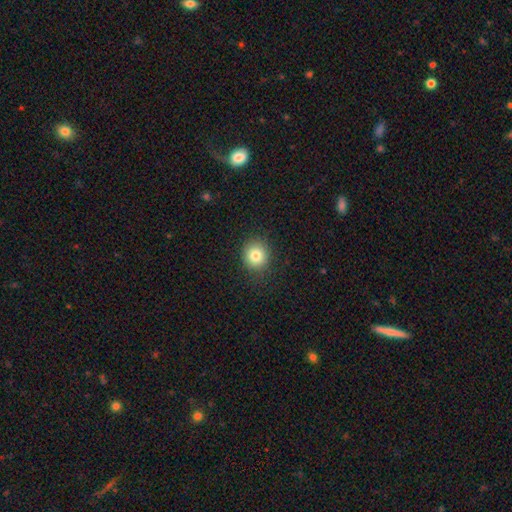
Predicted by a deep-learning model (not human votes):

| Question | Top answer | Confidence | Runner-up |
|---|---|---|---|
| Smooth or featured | smooth | 81% | star or artifact (11%) |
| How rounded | round | 89% | in between (10%) |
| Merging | none | 89% | minor disturbance (8%) |